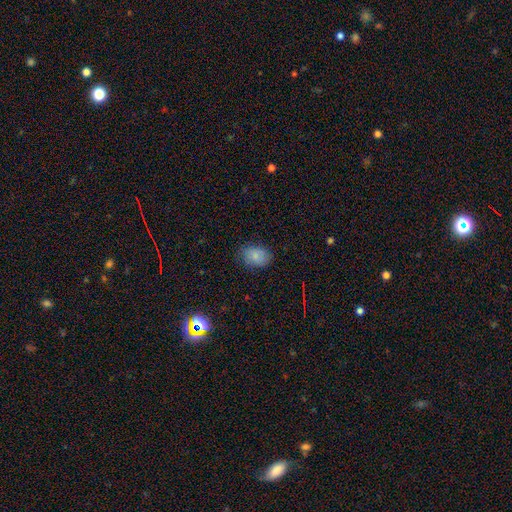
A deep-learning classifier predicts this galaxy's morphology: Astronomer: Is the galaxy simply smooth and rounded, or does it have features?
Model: smooth — 82%.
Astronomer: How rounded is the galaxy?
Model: in between — 76%.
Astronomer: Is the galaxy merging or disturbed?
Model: none — 74%.